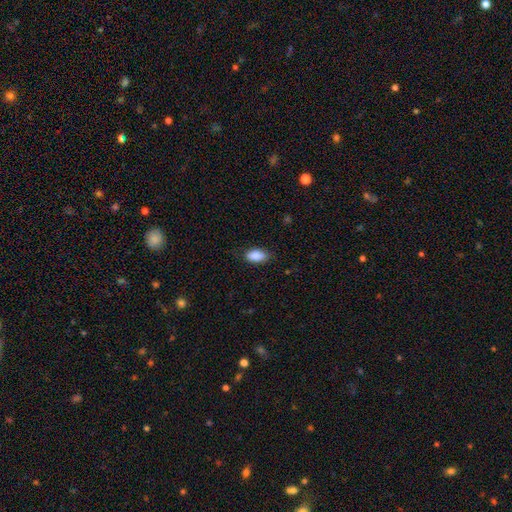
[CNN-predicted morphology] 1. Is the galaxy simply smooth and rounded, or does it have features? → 88% smooth, 7% star or artifact, 5% featured or disk.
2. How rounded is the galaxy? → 92% in between, 4% round, 4% cigar-shaped.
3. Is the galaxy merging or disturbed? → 79% none, 16% minor disturbance, 3% major disturbance, 1% merger.